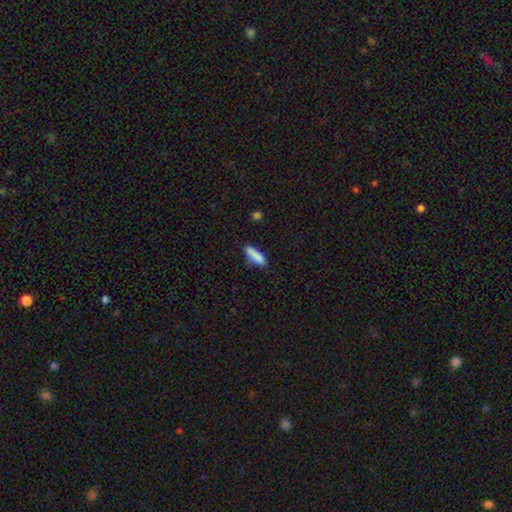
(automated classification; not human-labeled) smooth-or-featured: smooth: 85% | featured or disk: 8% | star or artifact: 7%
  how-rounded: cigar-shaped: 67% | in between: 31% | round: 2%
  merging: none: 72% | minor disturbance: 20% | merger: 4% | major disturbance: 4%